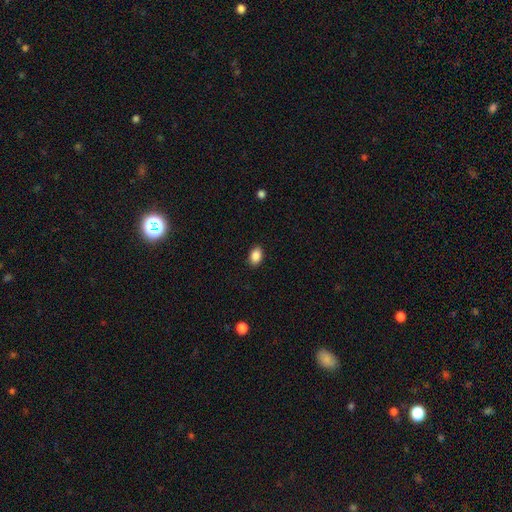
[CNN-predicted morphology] Smooth or featured?
  - smooth: 89% *
  - star or artifact: 8%
  - featured or disk: 3%
How rounded?
  - in between: 83% *
  - round: 16%
  - cigar-shaped: 1%
Merging?
  - none: 89% *
  - minor disturbance: 8%
  - major disturbance: 2%
  - merger: 1%